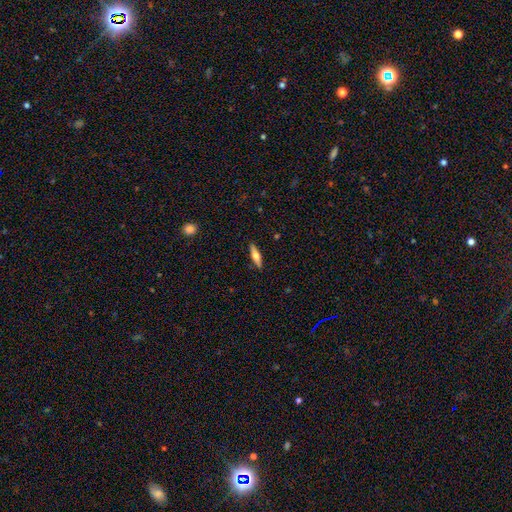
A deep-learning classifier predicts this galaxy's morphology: smooth-or-featured: smooth: 52% | featured or disk: 42% | star or artifact: 6%
  how-rounded: cigar-shaped: 65% | in between: 32% | round: 2%
  merging: none: 89% | minor disturbance: 8% | major disturbance: 2% | merger: 1%